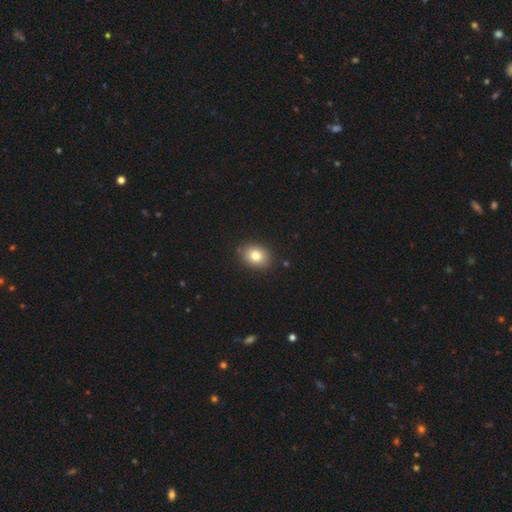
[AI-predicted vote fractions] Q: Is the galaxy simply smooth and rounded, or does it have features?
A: smooth — 81%.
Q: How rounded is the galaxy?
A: in between — 58%.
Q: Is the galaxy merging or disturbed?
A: none — 87%.